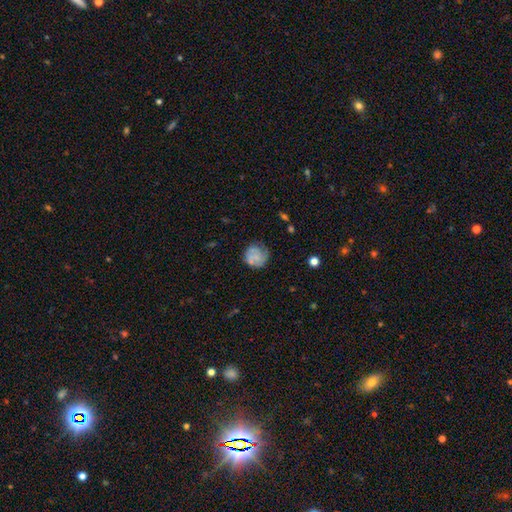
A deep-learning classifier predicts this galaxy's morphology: This is possibly a smooth galaxy (55%). How rounded: clearly round (84%). Merging: likely none (64%).